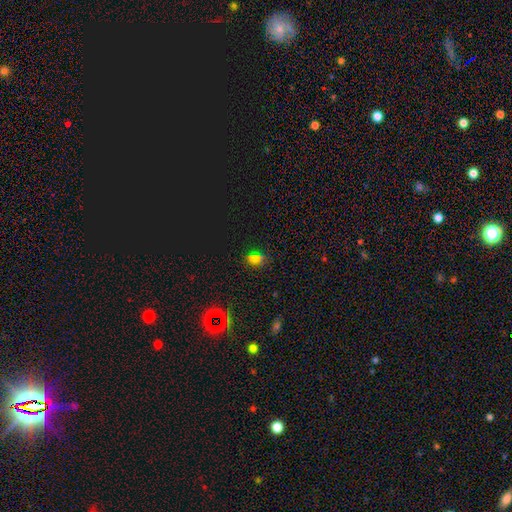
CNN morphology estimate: type=smooth (50%); roundness=in between (61%); merging=none (81%).